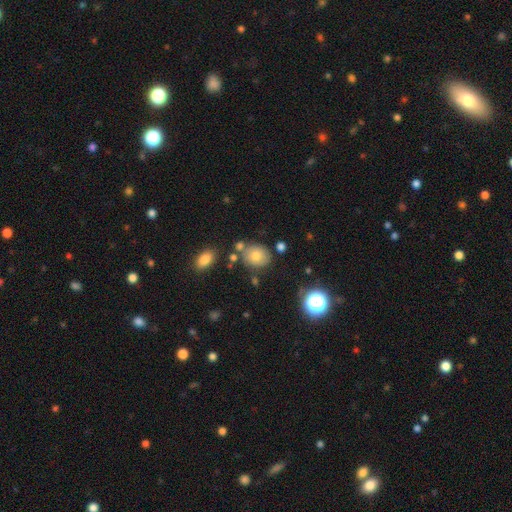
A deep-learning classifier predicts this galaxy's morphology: This appears to be a smooth galaxy with no disk features (71%) that is round (57%). Merging: none (69%).